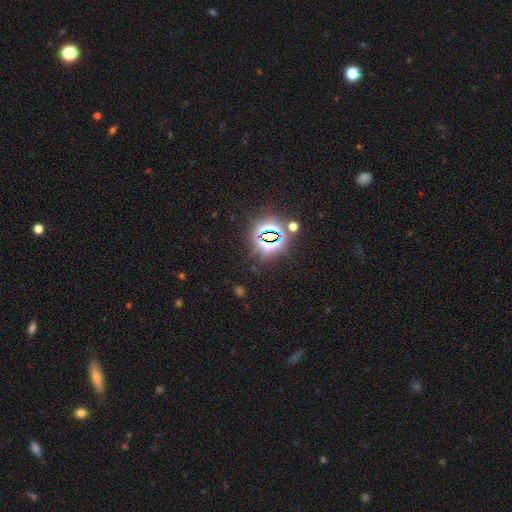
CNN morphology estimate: This appears to be a star or artifact, not a galaxy (81%).